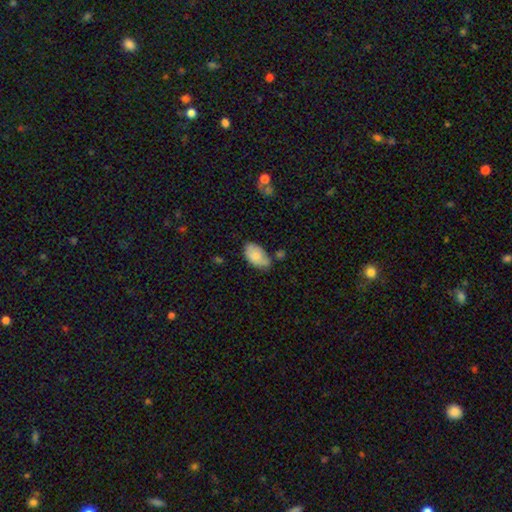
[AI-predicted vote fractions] Smooth or featured?
  - smooth: 77% *
  - featured or disk: 16%
  - star or artifact: 6%
How rounded?
  - in between: 93% *
  - round: 5%
  - cigar-shaped: 1%
Merging?
  - none: 51% *
  - minor disturbance: 33%
  - merger: 9%
  - major disturbance: 7%